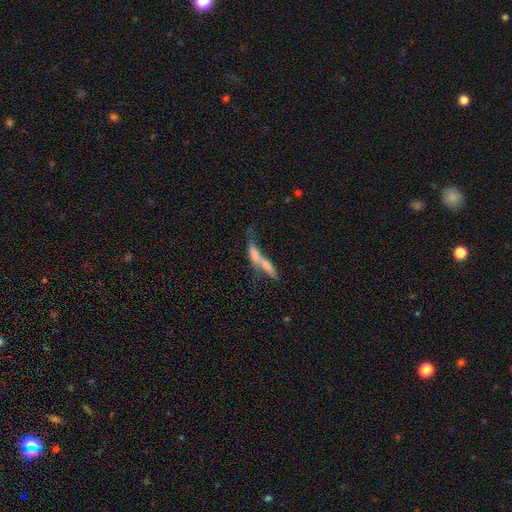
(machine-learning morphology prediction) Smooth or featured? Predicted: smooth (p=0.59). How rounded? Predicted: cigar-shaped (p=0.66). Merging? Predicted: merger (p=0.70).